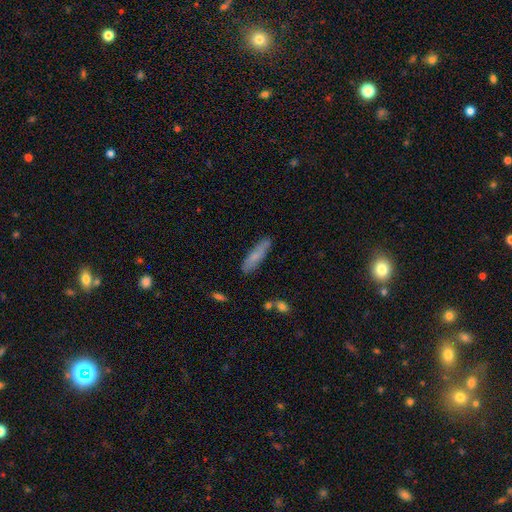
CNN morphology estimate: Q: Smooth or featured?
A: smooth (75%); runner-up: featured or disk (18%)
Q: How rounded?
A: cigar-shaped (77%); runner-up: in between (21%)
Q: Merging?
A: none (79%); runner-up: minor disturbance (16%)